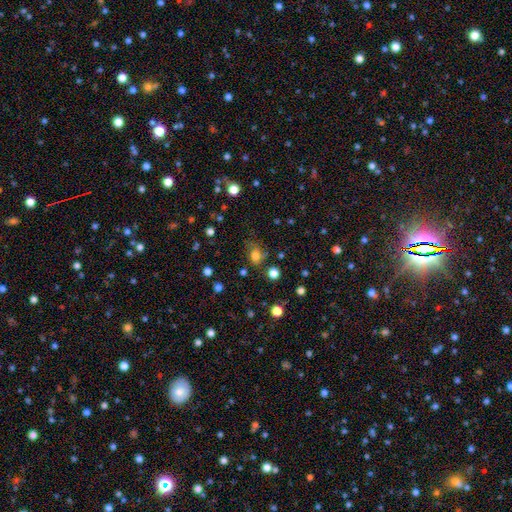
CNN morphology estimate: Smooth or featured? Predicted: smooth (p=0.72). How rounded? Predicted: in between (p=0.50). Merging? Predicted: none (p=0.58).